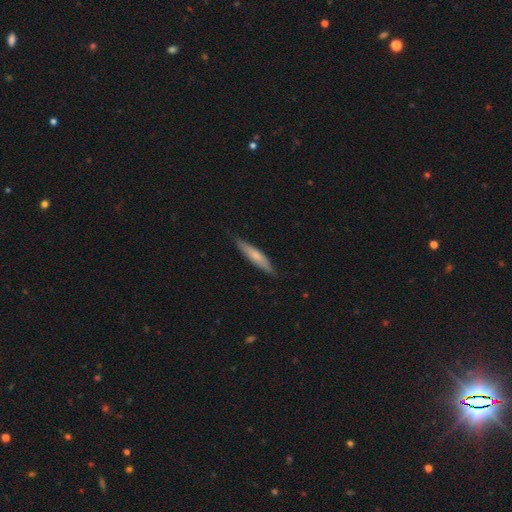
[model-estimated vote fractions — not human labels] smooth_or_featured: smooth (p=0.62) [alt: featured or disk p=0.33]
how_rounded: cigar-shaped (p=0.84) [alt: in between p=0.14]
merging: none (p=0.83) [alt: minor disturbance p=0.14]